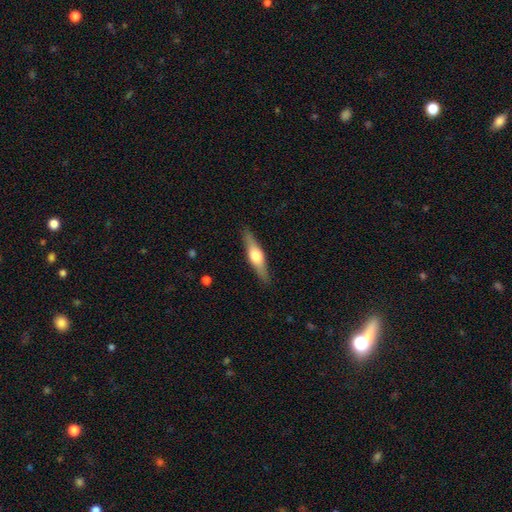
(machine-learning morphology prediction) Q: Smooth or featured?
A: featured or disk (60%); runner-up: smooth (35%)
Q: Edge-on disk?
A: yes (95%); runner-up: no (5%)
Q: Edge-on bulge?
A: rounded (93%); runner-up: boxy (5%)
Q: Merging?
A: none (89%); runner-up: minor disturbance (8%)